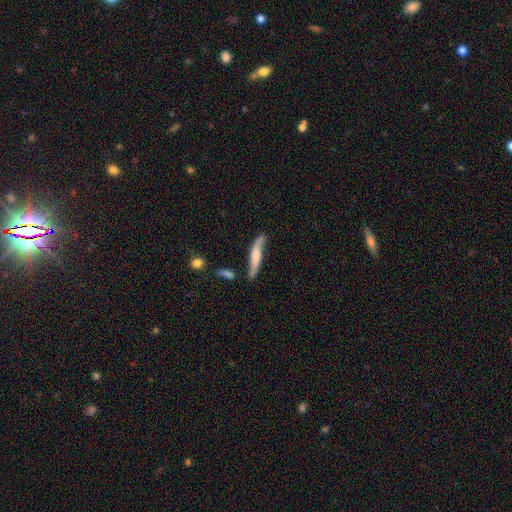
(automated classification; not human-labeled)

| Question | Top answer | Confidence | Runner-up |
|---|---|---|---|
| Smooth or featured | featured or disk | 54% | smooth (40%) |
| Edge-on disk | yes | 56% | no (44%) |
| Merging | none | 61% | minor disturbance (23%) |